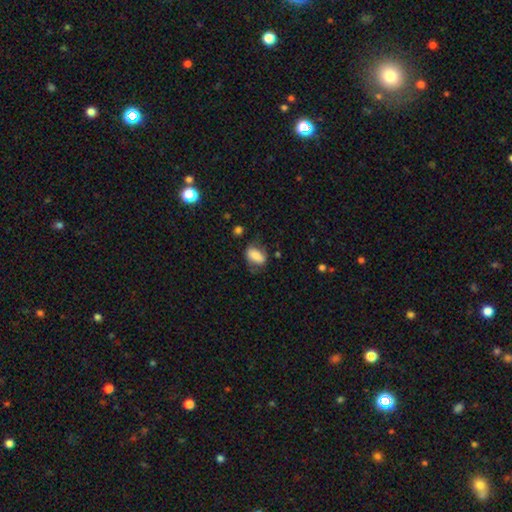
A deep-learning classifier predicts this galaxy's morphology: Smooth or featured? smooth (73%)
How rounded? in between (86%)
Merging? none (57%)